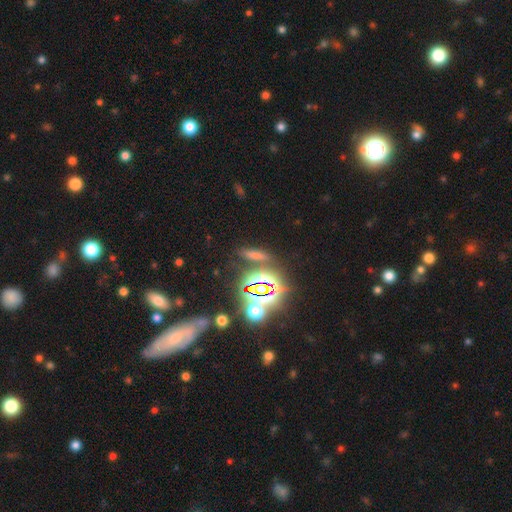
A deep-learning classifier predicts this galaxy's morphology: Smooth or featured? smooth (50%)
How rounded? cigar-shaped (62%)
Merging? none (77%)